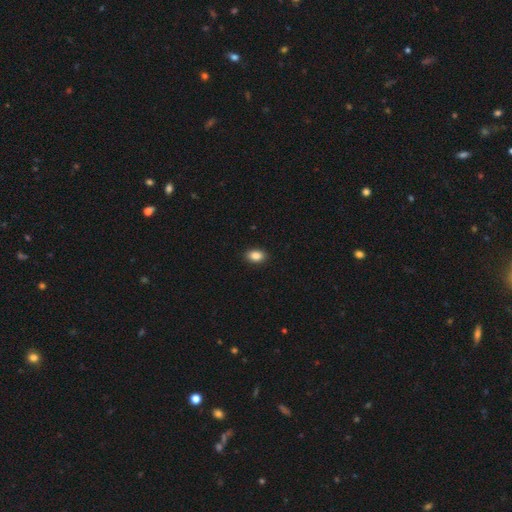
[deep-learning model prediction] Smooth or featured? Predicted: smooth (p=0.88). How rounded? Predicted: in between (p=0.82). Merging? Predicted: none (p=0.90).